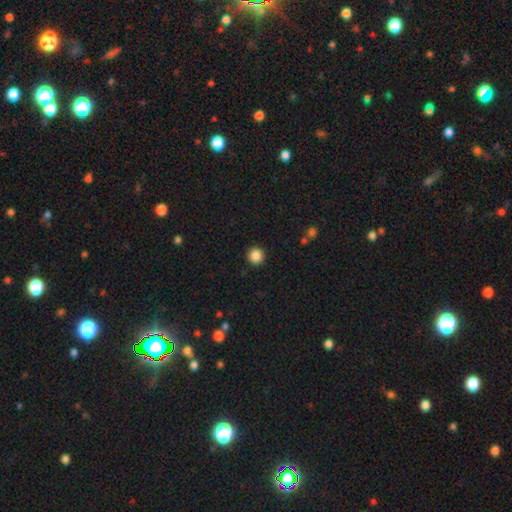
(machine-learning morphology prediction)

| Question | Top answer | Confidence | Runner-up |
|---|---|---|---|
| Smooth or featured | smooth | 87% | star or artifact (10%) |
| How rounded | round | 96% | in between (3%) |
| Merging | none | 93% | minor disturbance (4%) |